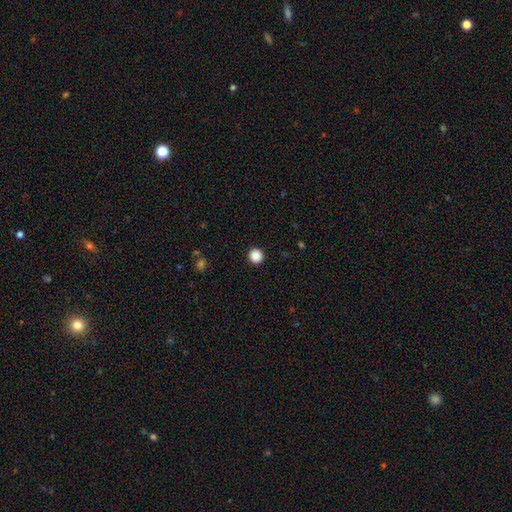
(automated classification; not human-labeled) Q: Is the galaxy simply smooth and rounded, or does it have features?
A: smooth — 88%.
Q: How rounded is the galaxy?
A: round — 95%.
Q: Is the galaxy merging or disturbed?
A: none — 93%.